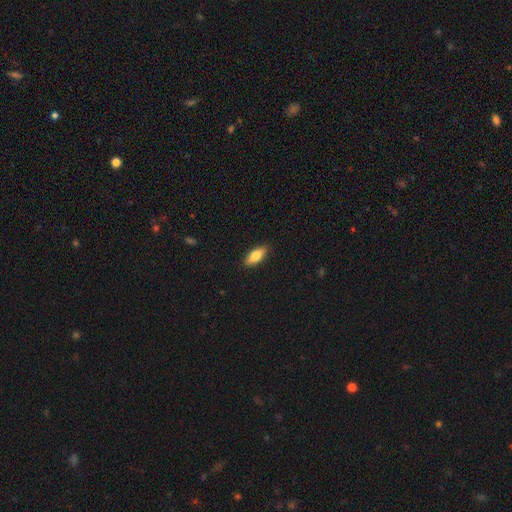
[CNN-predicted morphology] The model was most divided on "smooth or featured": smooth: 79%, featured or disk: 15%, star or artifact: 6%. More confident: merging — none (89%); how rounded — in between (82%).